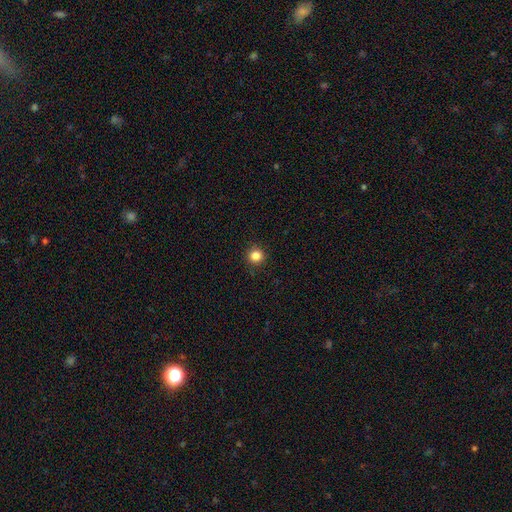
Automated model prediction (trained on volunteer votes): The model was most divided on "smooth or featured": smooth: 84%, star or artifact: 12%, featured or disk: 4%. More confident: how rounded — round (95%); merging — none (92%).